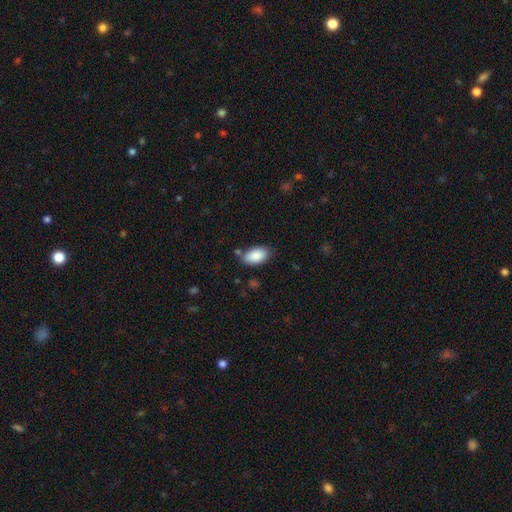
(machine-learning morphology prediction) The model was most divided on "merging": none: 80%, minor disturbance: 13%, merger: 4%, major disturbance: 3%. More confident: how rounded — in between (95%); smooth or featured — smooth (88%).